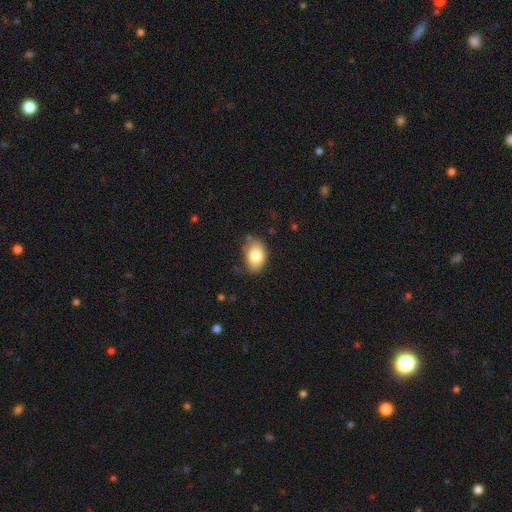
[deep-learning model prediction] A smooth galaxy with no disk features (80%) that is in between round and cigar-shaped (84%).

Vote fractions:
- Smooth or featured? smooth: 80% / featured or disk: 12% / star or artifact: 8%
- How rounded? in between: 84% / round: 15% / cigar-shaped: 1%
- Merging? none: 72% / minor disturbance: 21% / major disturbance: 4% / merger: 3%